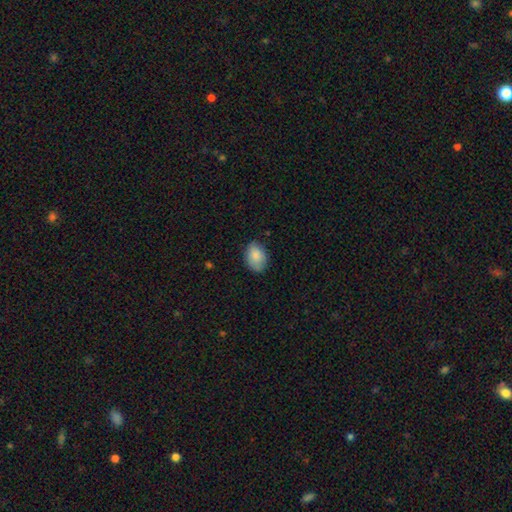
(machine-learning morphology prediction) A smooth galaxy with no disk features (86%) that is in between round and cigar-shaped (79%).

Vote fractions:
- Smooth or featured? smooth: 86% / featured or disk: 7% / star or artifact: 7%
- How rounded? in between: 79% / round: 20% / cigar-shaped: 1%
- Merging? none: 75% / minor disturbance: 20% / major disturbance: 4% / merger: 1%